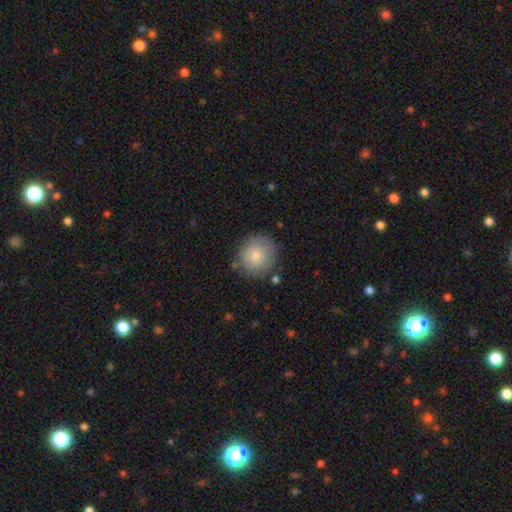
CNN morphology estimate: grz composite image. It shows a smooth galaxy with no disk features (79%) that is round (90%). Merging: none (79%).